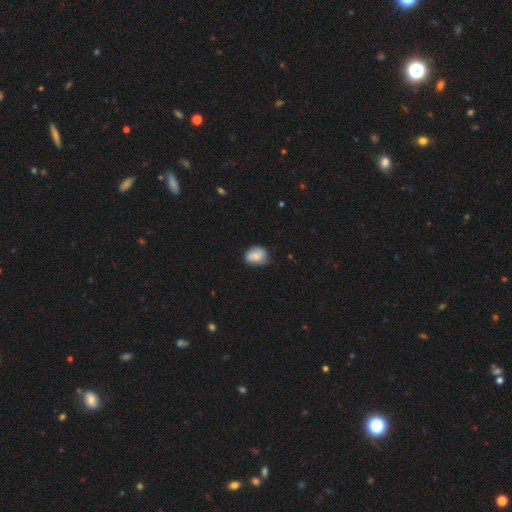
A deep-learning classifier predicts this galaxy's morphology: Overall: smooth (72%). How rounded: in between (54%; round 45%). Merging: none (68%).